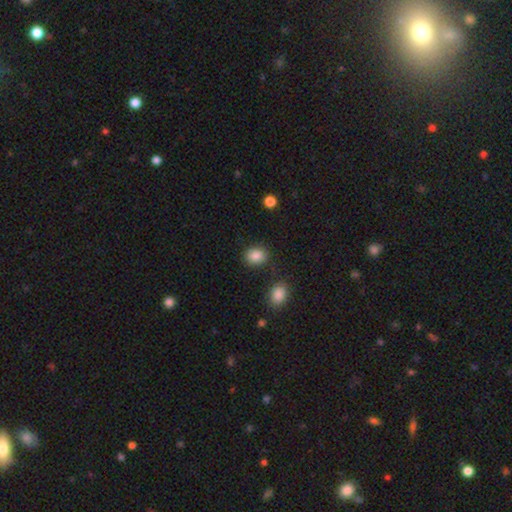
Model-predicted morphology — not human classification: Smooth or featured: smooth — 87% (star or artifact — 9%)
How rounded: round — 51% (in between — 48%)
Merging: none — 82% (minor disturbance — 10%)